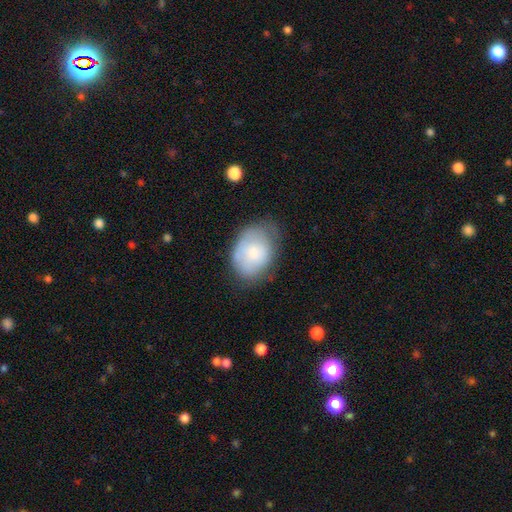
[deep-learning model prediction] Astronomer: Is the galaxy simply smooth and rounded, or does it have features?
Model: smooth — 72%.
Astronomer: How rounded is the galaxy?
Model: in between — 72%.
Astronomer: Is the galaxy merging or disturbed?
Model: none — 52% (runner-up: minor disturbance, 33%).